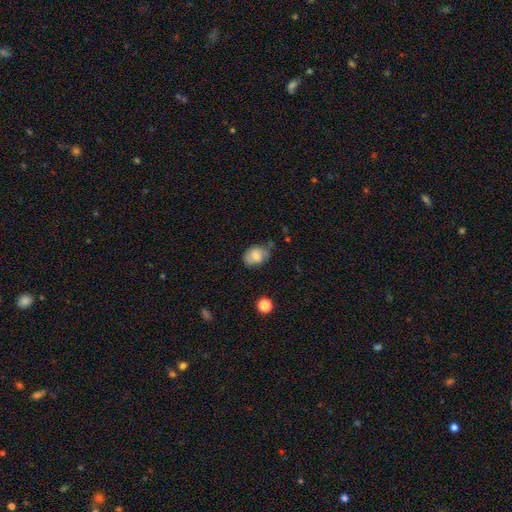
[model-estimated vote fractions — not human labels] Smooth or featured: smooth — 72% (featured or disk — 19%)
How rounded: in between — 68% (round — 31%)
Merging: none — 57% (minor disturbance — 31%)